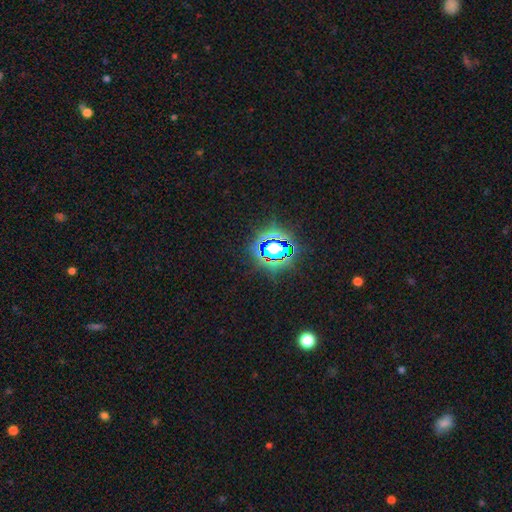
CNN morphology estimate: smooth-or-featured: star or artifact: 83% | smooth: 11% | featured or disk: 6%